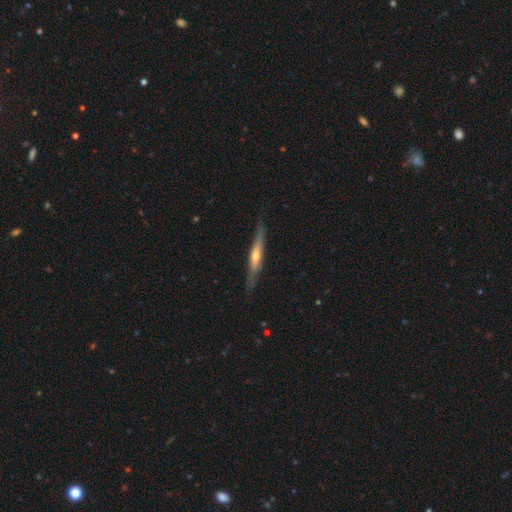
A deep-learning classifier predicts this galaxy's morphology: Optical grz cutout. It shows a featured or disk galaxy (65%) viewed edge-on (94%) with a rounded central bulge (72%). Merging: none (83%).